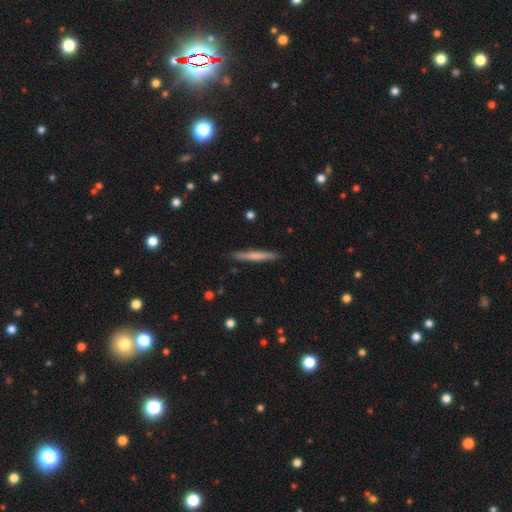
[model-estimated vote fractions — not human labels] smooth 62%, featured or disk 32%, star or artifact 5%. Down the decision tree: how rounded — cigar-shaped (96%); merging — none (90%).